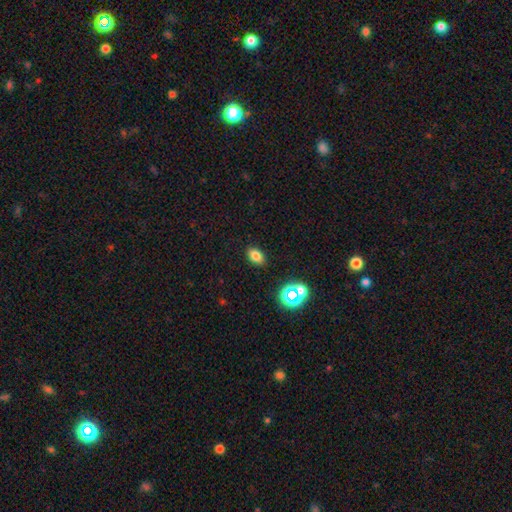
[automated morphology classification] Smooth or featured: smooth — 77% (star or artifact — 15%)
How rounded: in between — 85% (round — 13%)
Merging: none — 87% (minor disturbance — 9%)